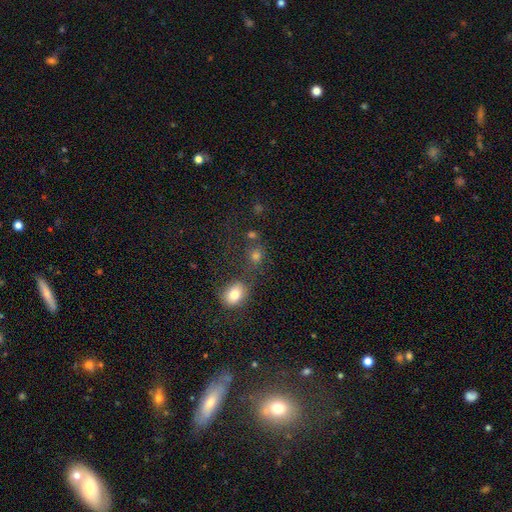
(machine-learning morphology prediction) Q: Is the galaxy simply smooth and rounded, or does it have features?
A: smooth — 72%.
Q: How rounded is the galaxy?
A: round — 66%.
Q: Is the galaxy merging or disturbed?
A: none — 57%.